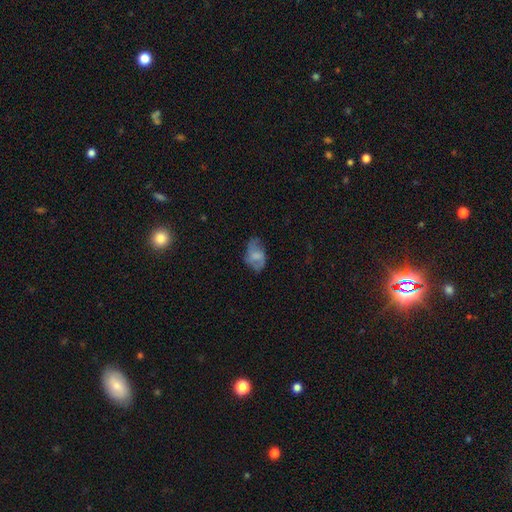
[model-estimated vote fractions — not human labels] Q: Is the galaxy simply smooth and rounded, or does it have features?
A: smooth — 58%.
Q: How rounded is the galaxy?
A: in between — 86%.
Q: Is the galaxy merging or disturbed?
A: none — 51%.